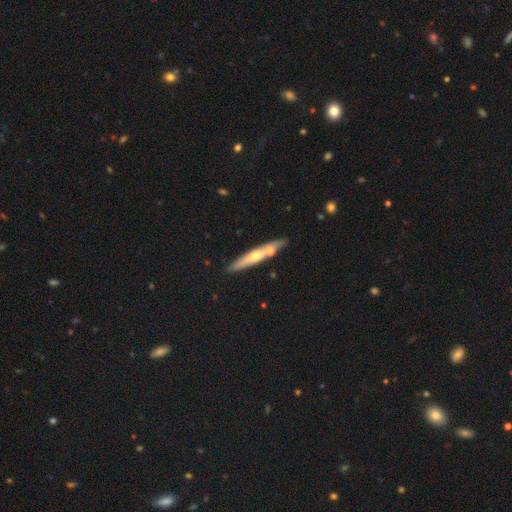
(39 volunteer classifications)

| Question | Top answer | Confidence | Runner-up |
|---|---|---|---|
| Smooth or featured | featured or disk | 59% | smooth (41%) |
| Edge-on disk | yes | 100% | — |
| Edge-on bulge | rounded | 74% | none (26%) |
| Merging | none | 79% | merger (13%) |